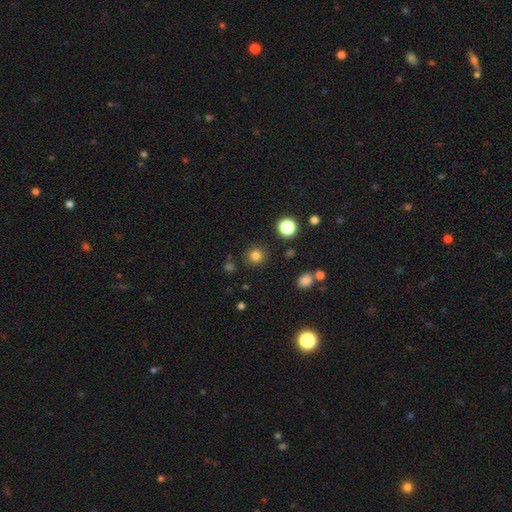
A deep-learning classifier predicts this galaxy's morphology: Overall: smooth (81%). How rounded: round (93%). Merging: none (88%).